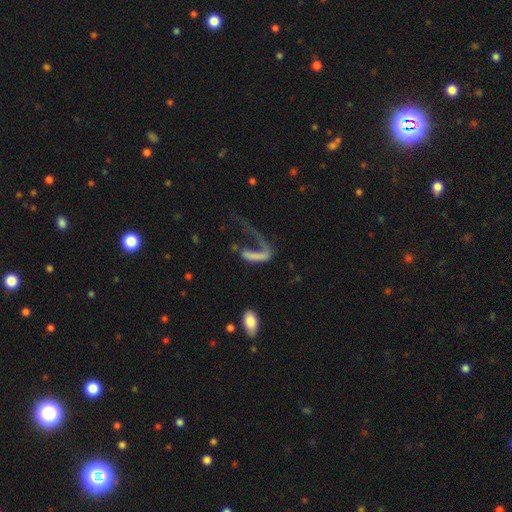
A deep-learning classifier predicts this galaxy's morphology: Q: Smooth or featured?
A: featured or disk (45%); tied with: smooth (45%)
Q: Merging?
A: major disturbance (60%); runner-up: none (21%)